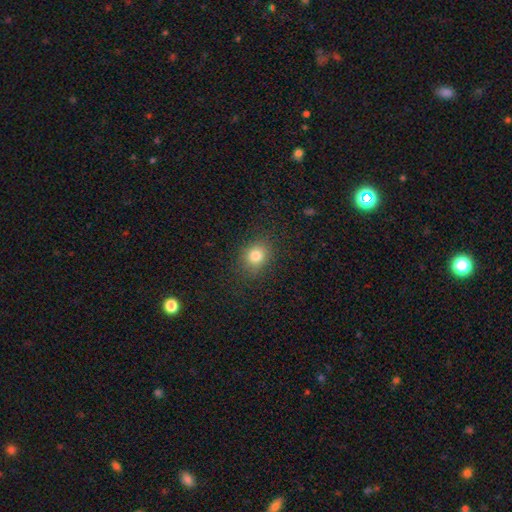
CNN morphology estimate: A smooth galaxy with no disk features (81%) that is round (62%).

Vote fractions:
- Smooth or featured? smooth: 81% / star or artifact: 12% / featured or disk: 7%
- How rounded? round: 62% / in between: 37% / cigar-shaped: 1%
- Merging? none: 86% / minor disturbance: 10% / major disturbance: 4% / merger: 1%